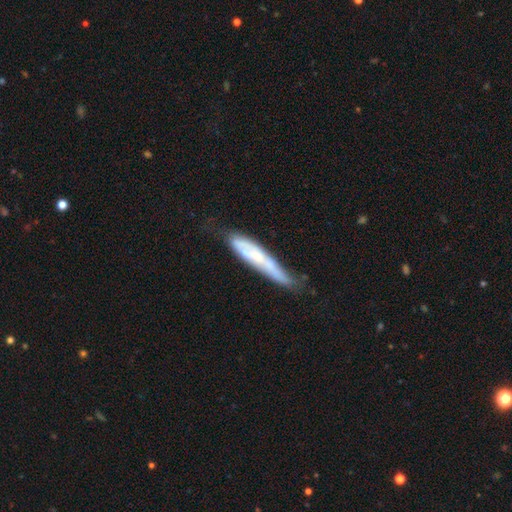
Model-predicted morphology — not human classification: Smooth or featured: featured or disk — 54% (smooth — 39%)
Edge-on disk: yes — 56% (no — 44%)
Merging: none — 53% (minor disturbance — 30%)